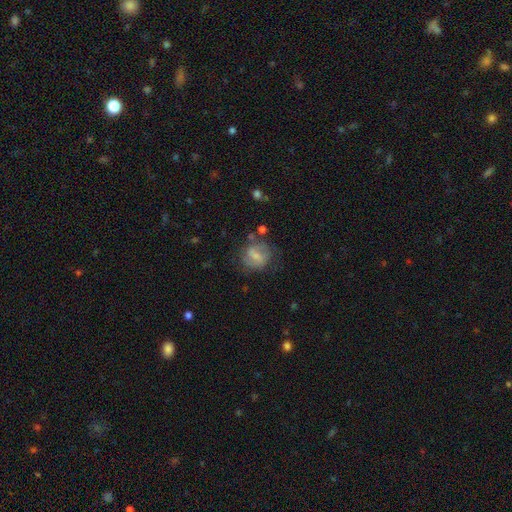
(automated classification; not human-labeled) Smooth or featured?
  - featured or disk: 47% *
  - smooth: 44%
  - star or artifact: 8%
Merging?
  - none: 60% *
  - minor disturbance: 21%
  - major disturbance: 13%
  - merger: 5%